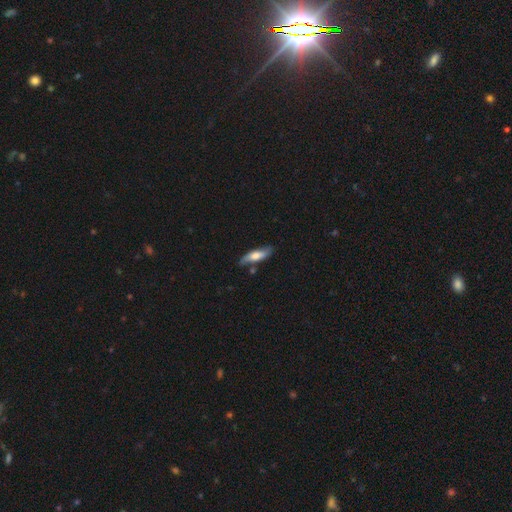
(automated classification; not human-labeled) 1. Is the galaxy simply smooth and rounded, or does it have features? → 58% smooth, 36% featured or disk, 6% star or artifact.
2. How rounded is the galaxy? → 54% cigar-shaped, 44% in between, 2% round.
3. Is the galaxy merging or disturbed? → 70% none, 20% minor disturbance, 5% merger, 4% major disturbance.